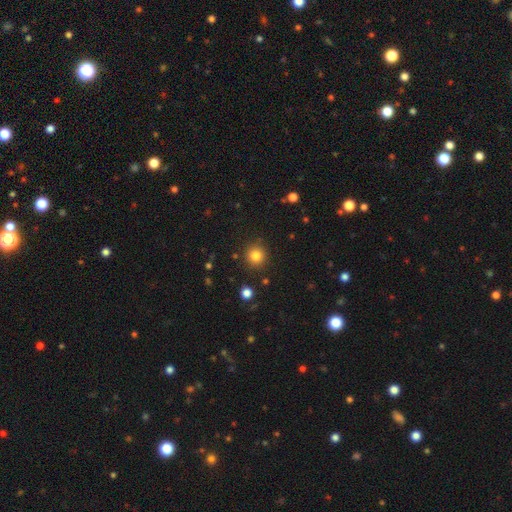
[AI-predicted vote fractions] The model was most divided on "smooth or featured": smooth: 83%, star or artifact: 12%, featured or disk: 5%. More confident: how rounded — round (94%); merging — none (90%).